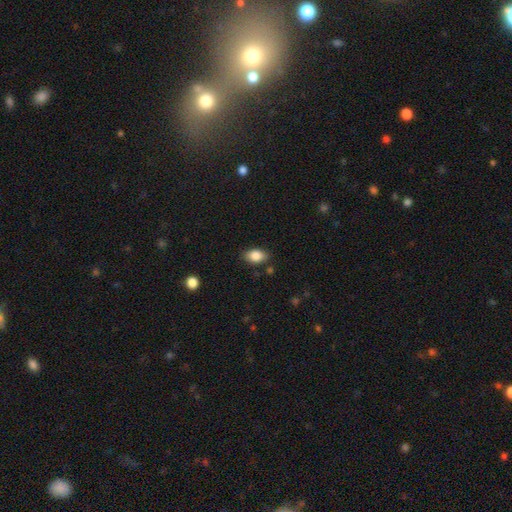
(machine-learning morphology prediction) The model was most divided on "merging": none: 83%, minor disturbance: 13%, major disturbance: 3%, merger: 2%. More confident: how rounded — in between (87%); smooth or featured — smooth (85%).